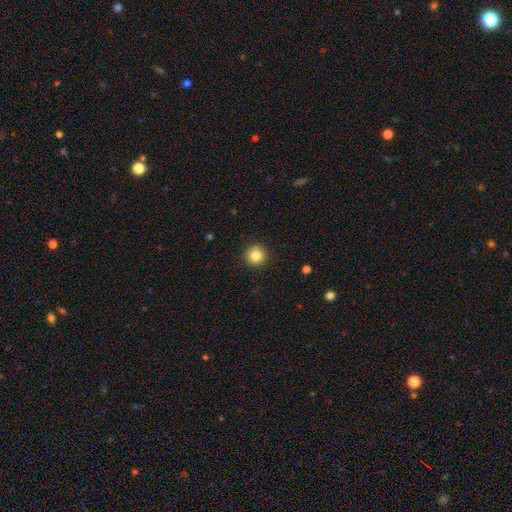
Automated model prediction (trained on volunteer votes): Morphology: type=smooth (84%); roundness=round (94%); merging=none (90%).